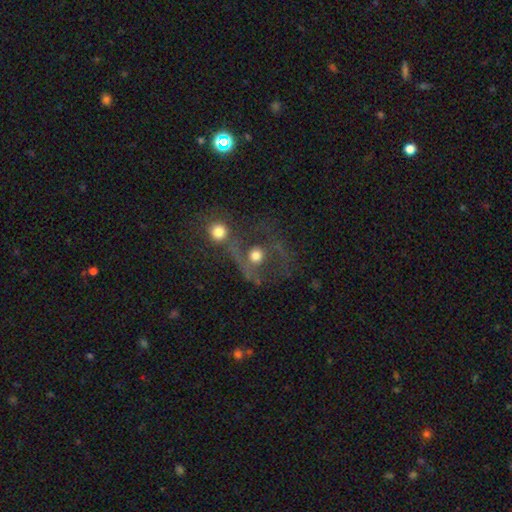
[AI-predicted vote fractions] smooth_or_featured: smooth (p=0.44) [alt: featured or disk p=0.40]
merging: none (p=0.41) [alt: merger p=0.28]